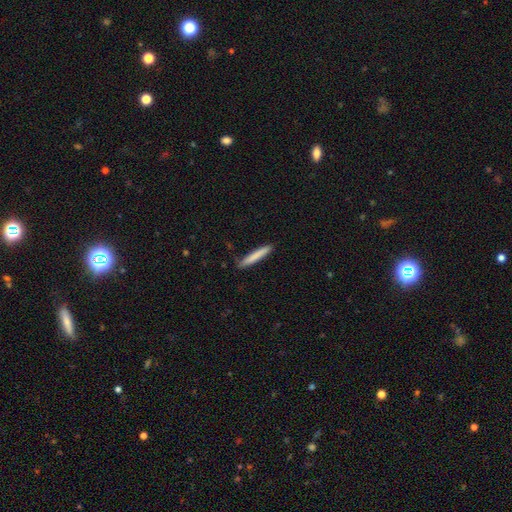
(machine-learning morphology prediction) smooth 78%, featured or disk 16%, star or artifact 6%. Down the decision tree: how rounded — cigar-shaped (95%); merging — none (85%).